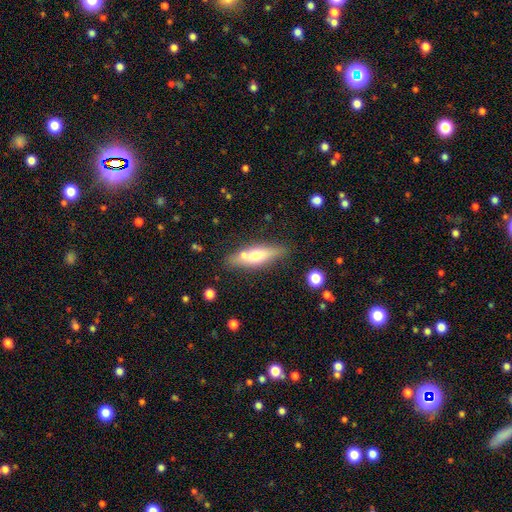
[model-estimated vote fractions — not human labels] This appears to be a smooth galaxy with no disk features (54%) that is cigar-shaped (60%). Merging: none (70%).